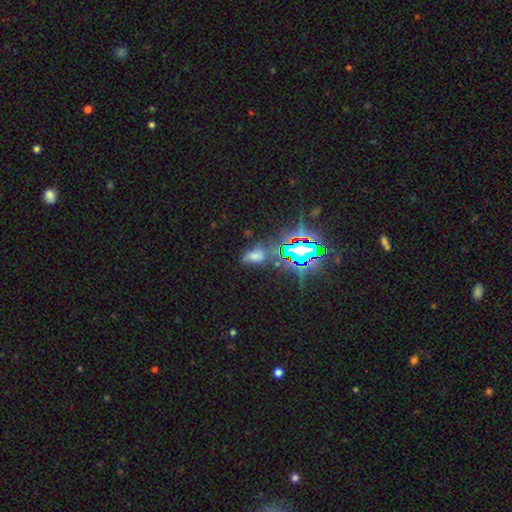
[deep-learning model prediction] A star or artifact, not a galaxy (48%).

Vote fractions:
- Smooth or featured? star or artifact: 48% / smooth: 40% / featured or disk: 12%